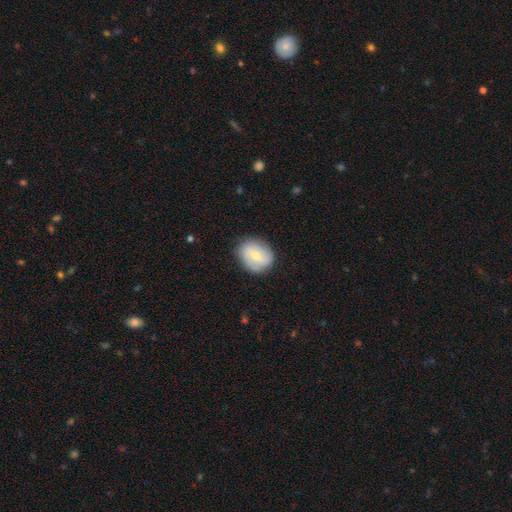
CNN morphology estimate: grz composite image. It shows a smooth galaxy with no disk features (50%) that is round (63%). Merging: none (82%).